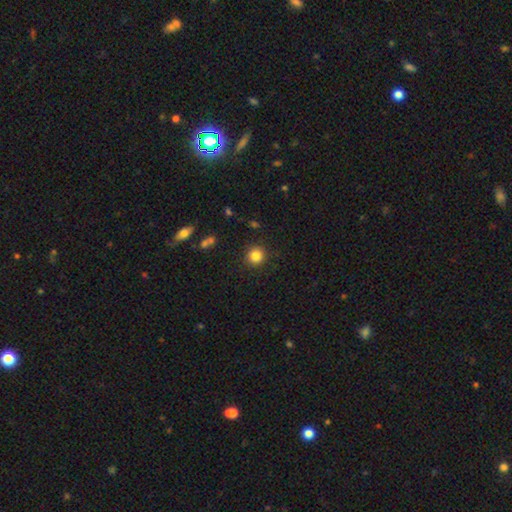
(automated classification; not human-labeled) This is clearly a smooth galaxy (83%). How rounded: clearly round (92%). Merging: clearly none (89%).